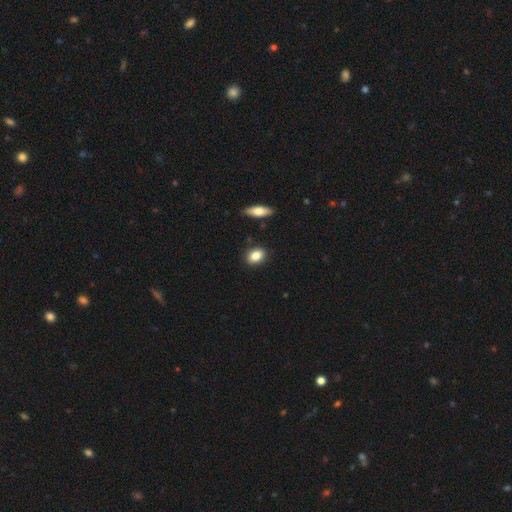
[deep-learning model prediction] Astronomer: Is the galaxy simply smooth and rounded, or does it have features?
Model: smooth — 84%.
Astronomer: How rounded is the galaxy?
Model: in between — 74%.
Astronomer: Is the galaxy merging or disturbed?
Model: none — 88%.